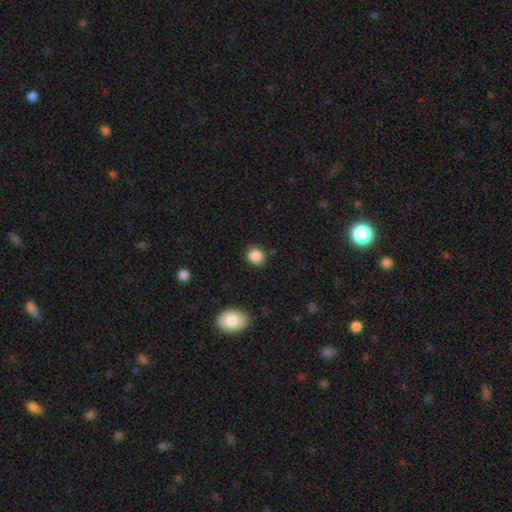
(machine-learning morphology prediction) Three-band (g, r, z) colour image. It shows a smooth galaxy with no disk features (86%) that is round (79%). Merging: none (86%).